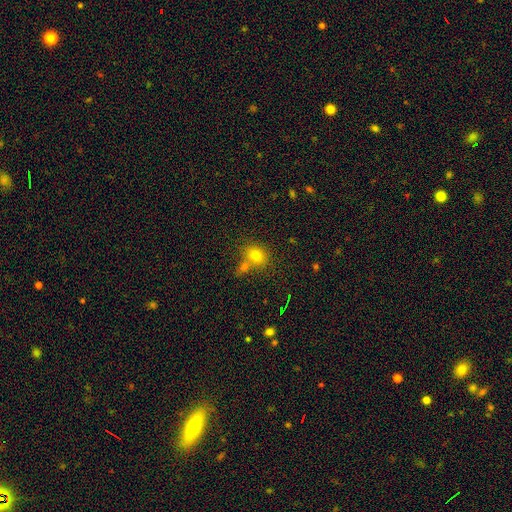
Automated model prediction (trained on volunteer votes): This appears to be a smooth galaxy with no disk features (75%) that is round (57%). Merging: none (54%).